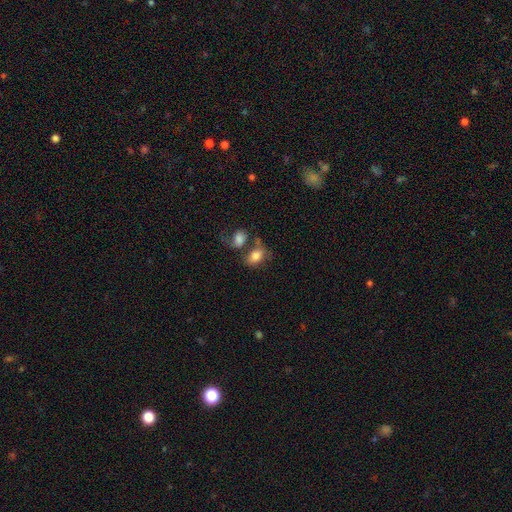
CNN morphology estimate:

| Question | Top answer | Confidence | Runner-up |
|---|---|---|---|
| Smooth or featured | smooth | 77% | featured or disk (14%) |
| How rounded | in between | 81% | round (17%) |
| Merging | none | 37% | merger (36%) |